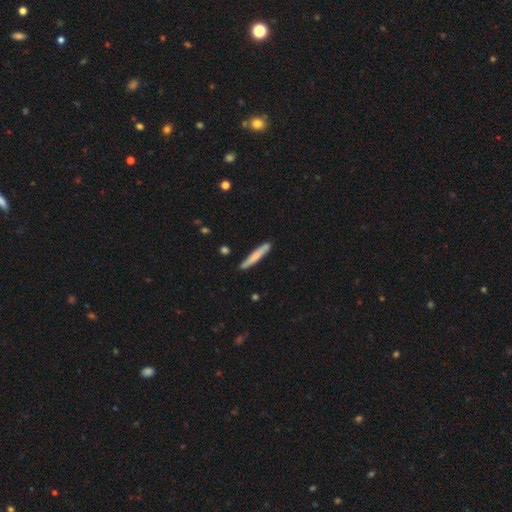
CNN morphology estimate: Smooth or featured?
  - smooth: 67% *
  - featured or disk: 28%
  - star or artifact: 5%
How rounded?
  - cigar-shaped: 95% *
  - in between: 4%
  - round: 1%
Merging?
  - none: 83% *
  - minor disturbance: 13%
  - merger: 3%
  - major disturbance: 2%